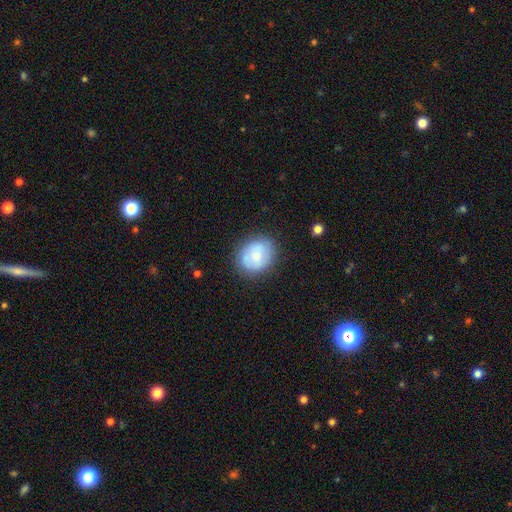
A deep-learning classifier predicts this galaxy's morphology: Q: Smooth or featured?
A: smooth (65%); runner-up: featured or disk (27%)
Q: How rounded?
A: round (62%); runner-up: in between (37%)
Q: Merging?
A: none (76%); runner-up: minor disturbance (16%)